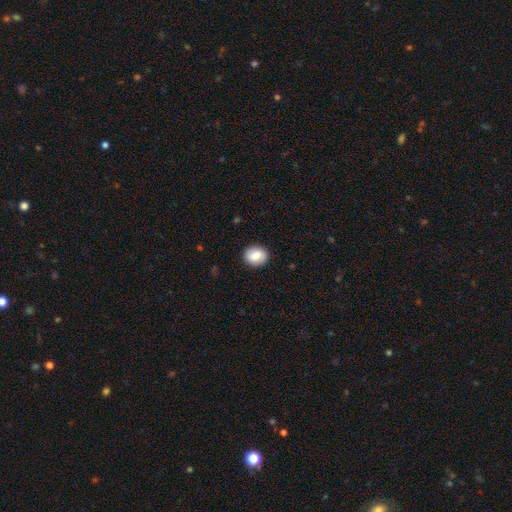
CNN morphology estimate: This is clearly a smooth galaxy (81%). How rounded: likely round (63%). Merging: clearly none (89%).